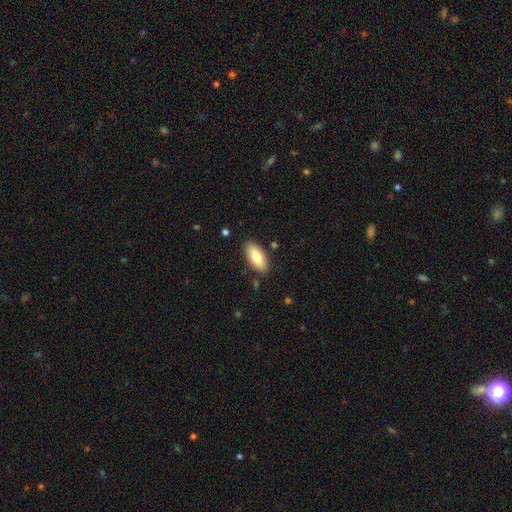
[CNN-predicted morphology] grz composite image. It shows a smooth galaxy with no disk features (78%) that is in between round and cigar-shaped (86%). Merging: none (86%).